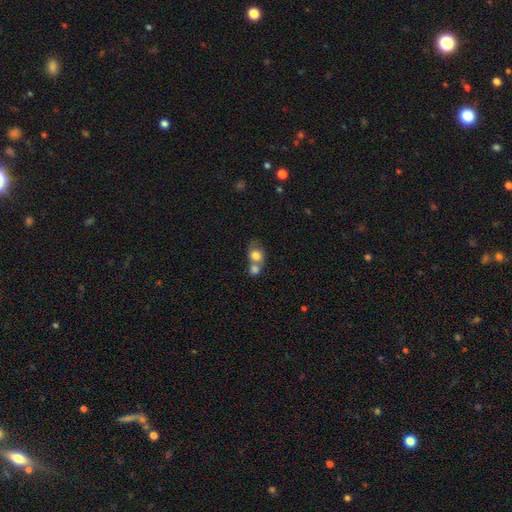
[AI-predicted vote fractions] This appears to be a smooth galaxy with no disk features (77%) that is round (56%). Merging: merger (64%).